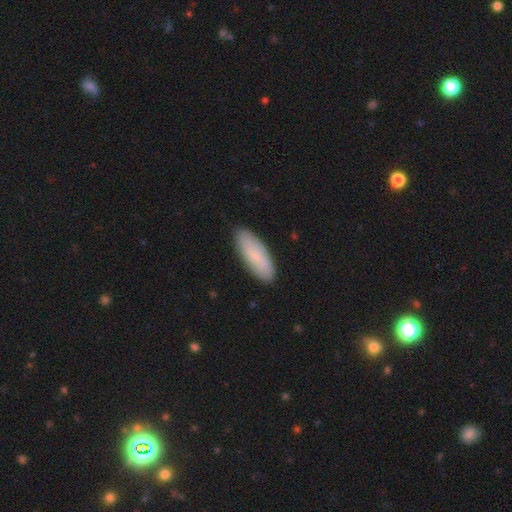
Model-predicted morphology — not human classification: Smooth or featured?
  - smooth: 72% *
  - featured or disk: 22%
  - star or artifact: 6%
How rounded?
  - in between: 66% *
  - cigar-shaped: 32%
  - round: 2%
Merging?
  - none: 88% *
  - minor disturbance: 9%
  - major disturbance: 2%
  - merger: 1%